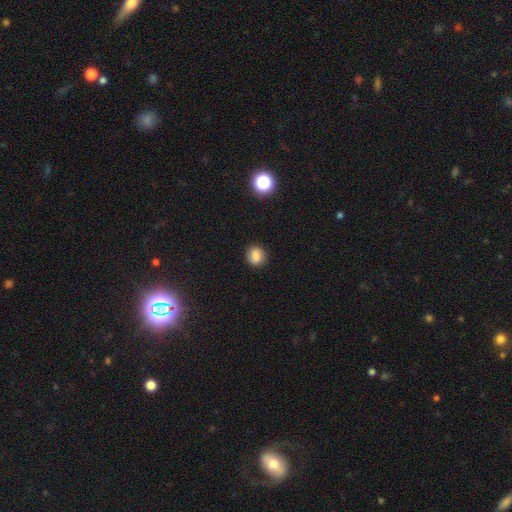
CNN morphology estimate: This is likely a smooth galaxy (78%). How rounded: likely round (79%). Merging: clearly none (88%).